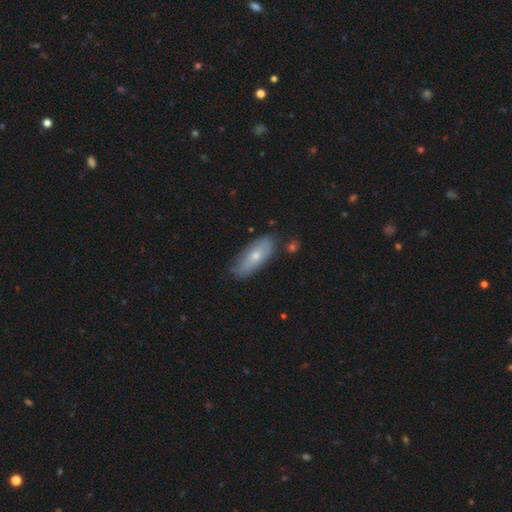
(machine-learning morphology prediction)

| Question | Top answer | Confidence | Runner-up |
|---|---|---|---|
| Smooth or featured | smooth | 62% | featured or disk (31%) |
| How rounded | in between | 71% | cigar-shaped (26%) |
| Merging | none | 77% | minor disturbance (17%) |